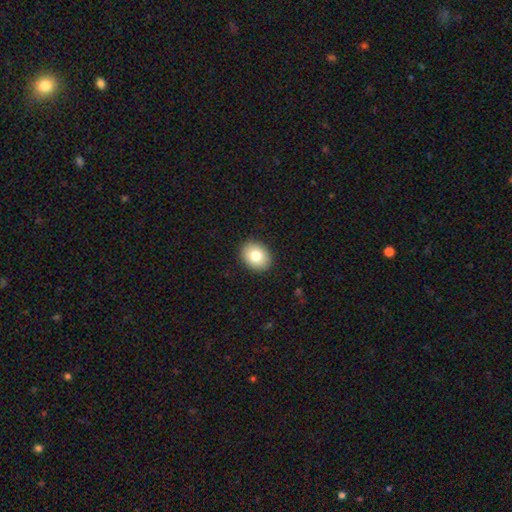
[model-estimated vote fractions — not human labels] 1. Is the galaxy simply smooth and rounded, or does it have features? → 81% smooth, 10% featured or disk, 8% star or artifact.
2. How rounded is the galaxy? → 54% in between, 45% round, 1% cigar-shaped.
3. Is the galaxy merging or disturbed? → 90% none, 7% minor disturbance, 2% major disturbance, 1% merger.